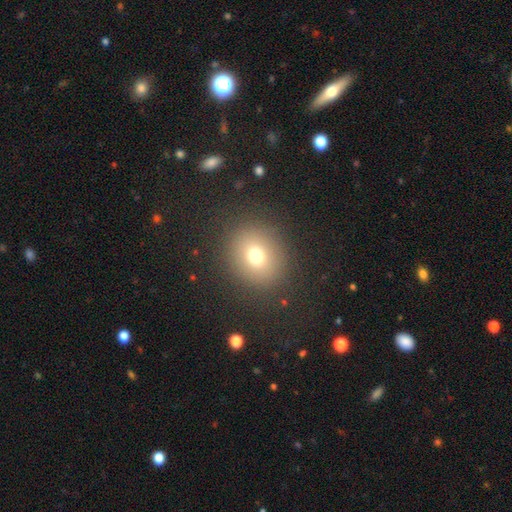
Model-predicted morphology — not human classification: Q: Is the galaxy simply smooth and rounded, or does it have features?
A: smooth — 73%.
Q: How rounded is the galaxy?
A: round — 76%.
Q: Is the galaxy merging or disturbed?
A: none — 88%.